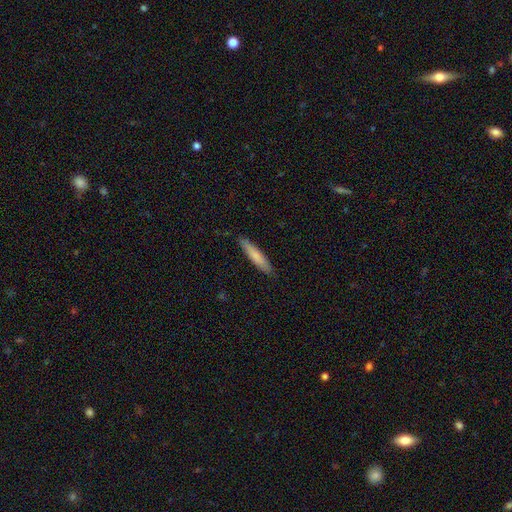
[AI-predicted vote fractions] Overall: smooth (78%). How rounded: cigar-shaped (89%). Merging: none (88%).